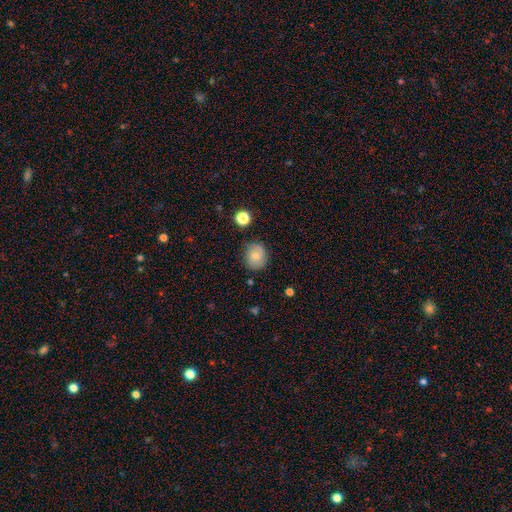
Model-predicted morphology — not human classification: type=smooth (71%); roundness=round (72%); merging=none (76%).